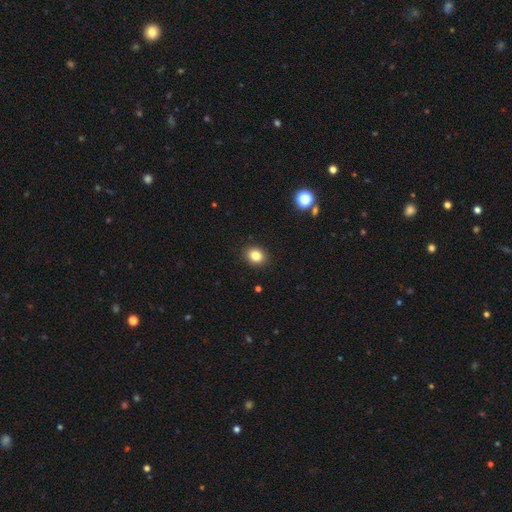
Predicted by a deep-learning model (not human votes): Smooth or featured? Predicted: smooth (p=0.83). How rounded? Predicted: round (p=0.56). Merging? Predicted: none (p=0.91).